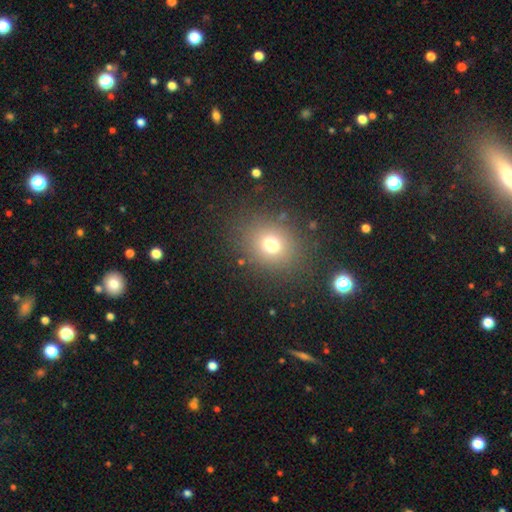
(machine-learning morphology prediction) A smooth galaxy with no disk features (56%) that is round (76%).

Vote fractions:
- Smooth or featured? smooth: 56% / star or artifact: 35% / featured or disk: 10%
- How rounded? round: 76% / in between: 22% / cigar-shaped: 2%
- Merging? none: 90% / minor disturbance: 6% / major disturbance: 2% / merger: 2%